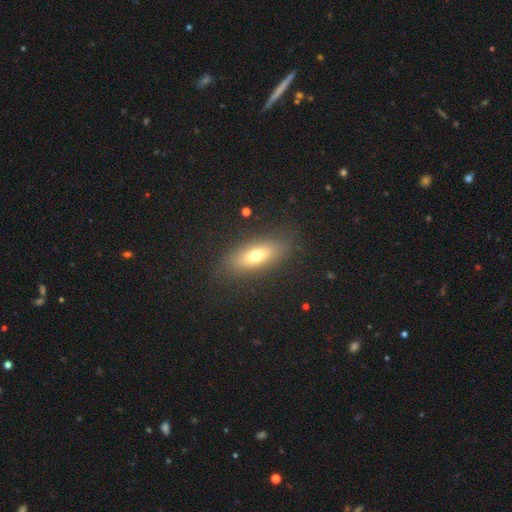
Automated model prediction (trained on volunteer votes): A smooth galaxy with no disk features (66%) that is in between round and cigar-shaped (73%). Merging: none (83%).